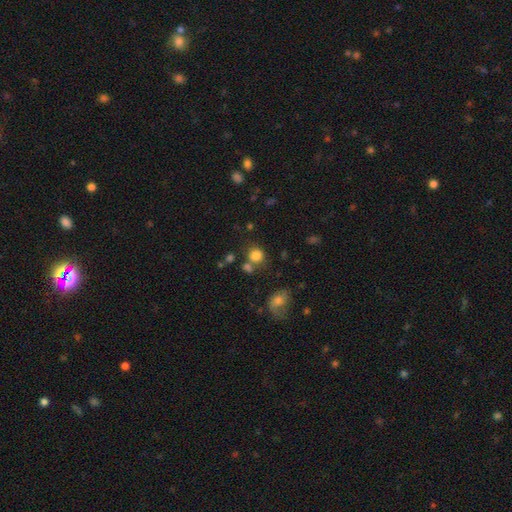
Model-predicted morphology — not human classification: Q: Smooth or featured?
A: smooth (81%); runner-up: star or artifact (13%)
Q: How rounded?
A: round (83%); runner-up: in between (16%)
Q: Merging?
A: none (62%); runner-up: merger (21%)